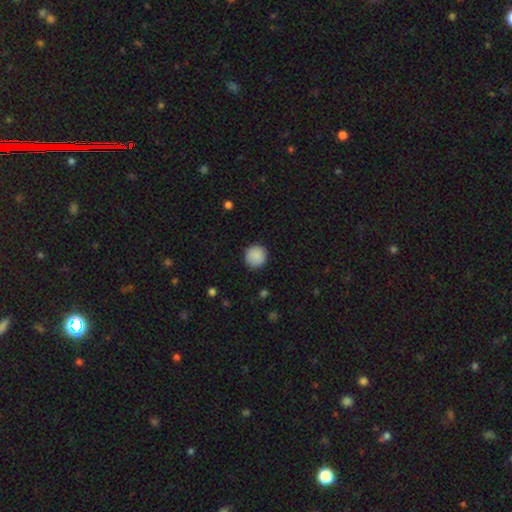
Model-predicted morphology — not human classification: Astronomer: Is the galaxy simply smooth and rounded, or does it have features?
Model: smooth — 89%.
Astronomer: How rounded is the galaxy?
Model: round — 95%.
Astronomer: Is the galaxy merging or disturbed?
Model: none — 90%.